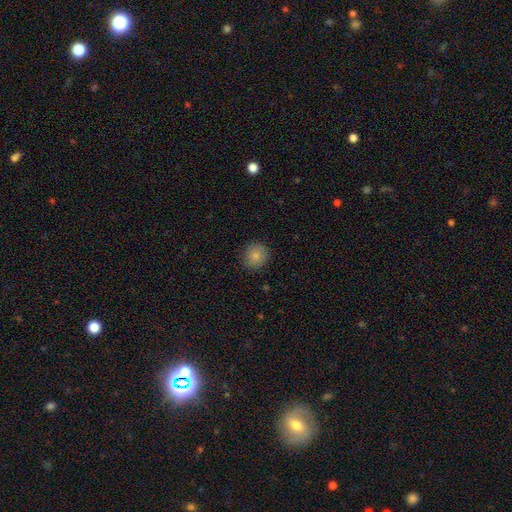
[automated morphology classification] Smooth or featured? smooth (84%)
How rounded? round (89%)
Merging? none (89%)